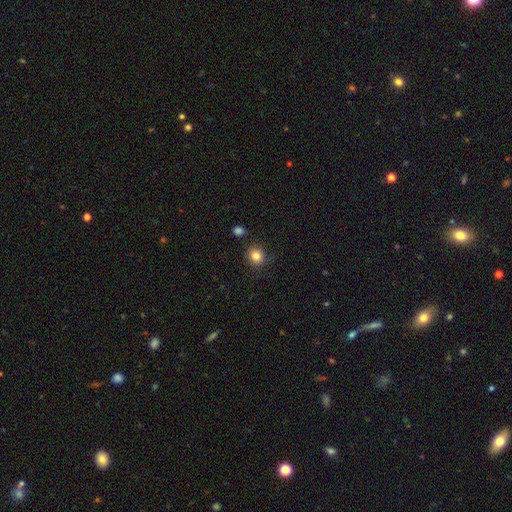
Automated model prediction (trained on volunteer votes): smooth 83%, star or artifact 11%, featured or disk 7%. Down the decision tree: how rounded — round (86%); merging — none (83%).